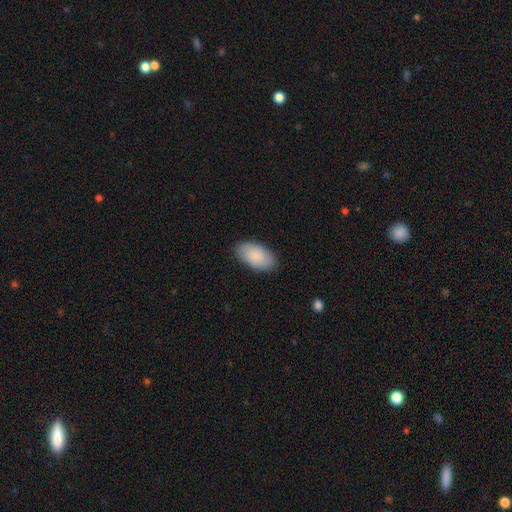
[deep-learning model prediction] A smooth galaxy with no disk features (88%) that is in between round and cigar-shaped (95%).

Vote fractions:
- Smooth or featured? smooth: 88% / featured or disk: 7% / star or artifact: 6%
- How rounded? in between: 95% / round: 3% / cigar-shaped: 2%
- Merging? none: 86% / minor disturbance: 11% / major disturbance: 2% / merger: 1%